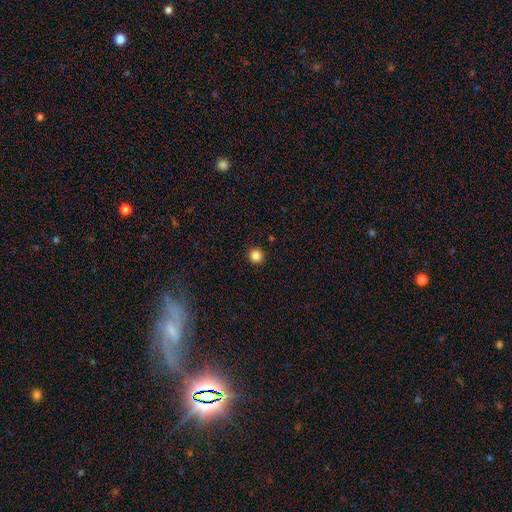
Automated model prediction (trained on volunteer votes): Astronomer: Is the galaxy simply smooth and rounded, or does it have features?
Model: smooth — 84%.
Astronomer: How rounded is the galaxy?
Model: round — 95%.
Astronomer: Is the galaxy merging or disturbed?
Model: none — 93%.